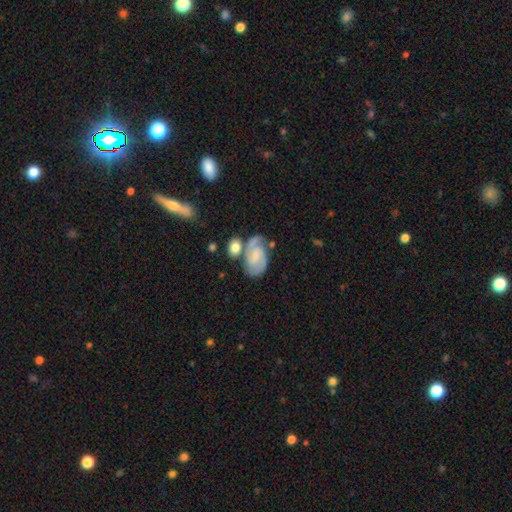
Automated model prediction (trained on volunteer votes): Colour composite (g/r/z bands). It shows a featured or disk galaxy (79%) with no bar (47%), 2 (84%) medium (49%) spiral arms (95%) and a small central bulge (60%). Merging: none (55%).